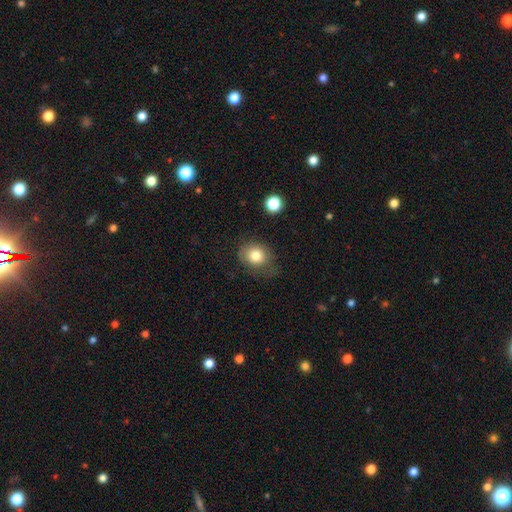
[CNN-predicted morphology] Q: Smooth or featured?
A: smooth (80%); runner-up: featured or disk (11%)
Q: How rounded?
A: round (57%); runner-up: in between (42%)
Q: Merging?
A: none (59%); runner-up: minor disturbance (27%)